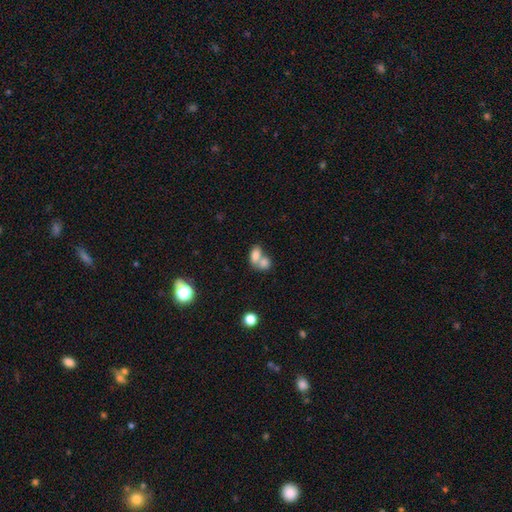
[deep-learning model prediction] Smooth or featured? Predicted: smooth (p=0.77). How rounded? Predicted: in between (p=0.80). Merging? Predicted: merger (p=0.69).